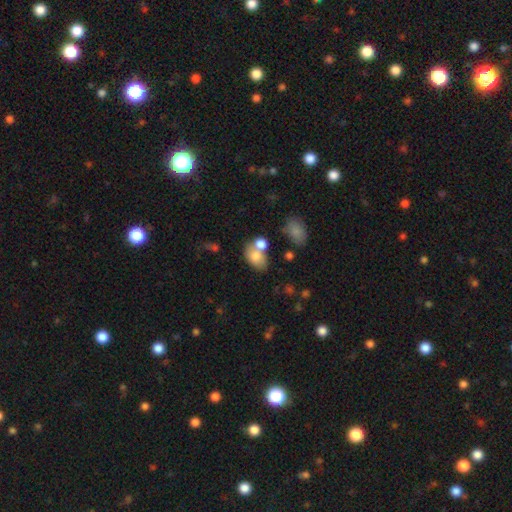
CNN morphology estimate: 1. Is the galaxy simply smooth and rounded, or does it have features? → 75% smooth, 15% featured or disk, 9% star or artifact.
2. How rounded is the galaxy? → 77% in between, 22% round, 1% cigar-shaped.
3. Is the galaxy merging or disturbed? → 43% merger, 38% none, 13% minor disturbance, 6% major disturbance.